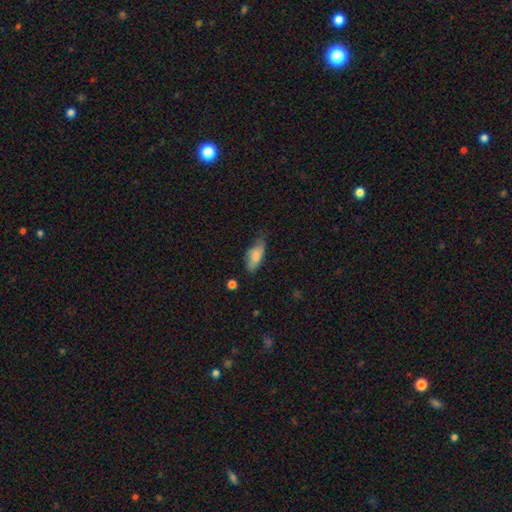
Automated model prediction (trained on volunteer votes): A smooth galaxy with no disk features (78%) that is in between round and cigar-shaped (78%). Merging: none (53%).